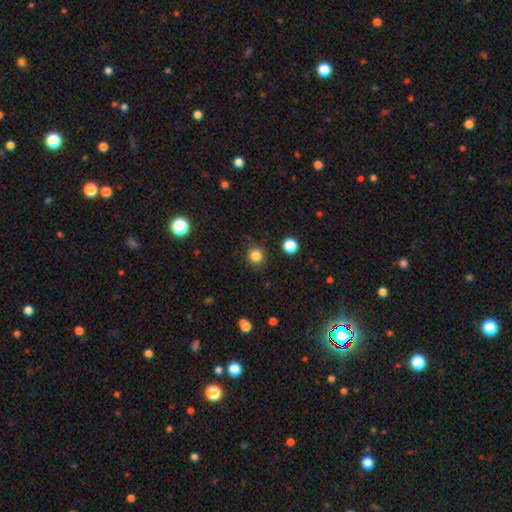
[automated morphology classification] A smooth galaxy with no disk features (84%) that is round (90%). Merging: none (88%).